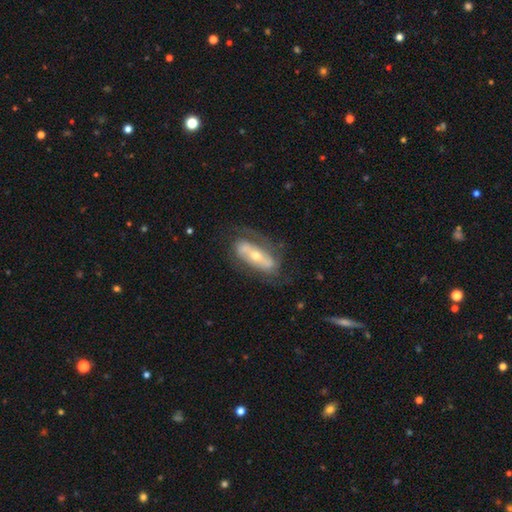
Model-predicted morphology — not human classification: The model was most divided on "bulge size": moderate: 50%, small: 45%, large: 3%, none: 1%, dominant: 1%. Remaining: edge-on disk — no (85%); spiral arms — yes (77%); smooth or featured — featured or disk (73%); merging — none (65%); bar — strong (42%).